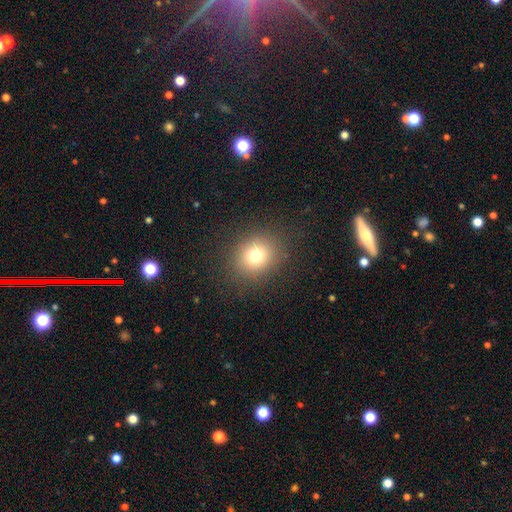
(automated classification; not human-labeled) Smooth or featured? smooth (74%)
How rounded? round (74%)
Merging? none (87%)